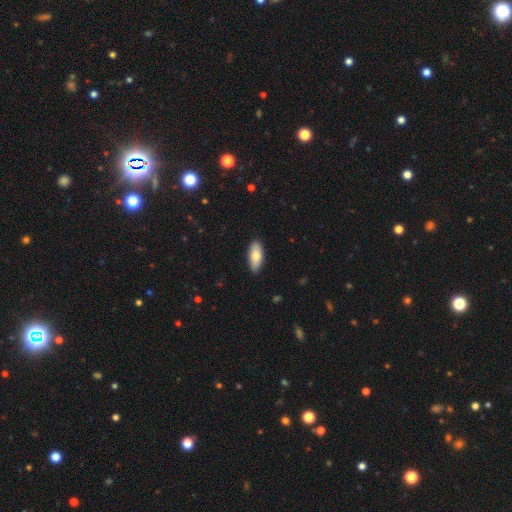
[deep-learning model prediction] smooth 77%, featured or disk 17%, star or artifact 6%. Down the decision tree: how rounded — in between (83%); merging — none (89%).